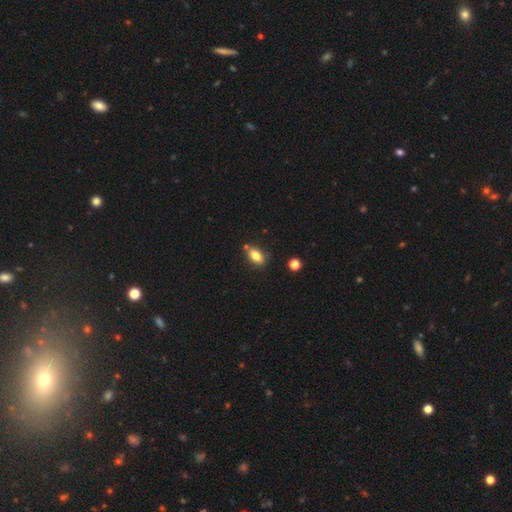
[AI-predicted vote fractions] Smooth or featured: smooth — 79% (featured or disk — 12%)
How rounded: in between — 86% (round — 7%)
Merging: none — 74% (minor disturbance — 14%)